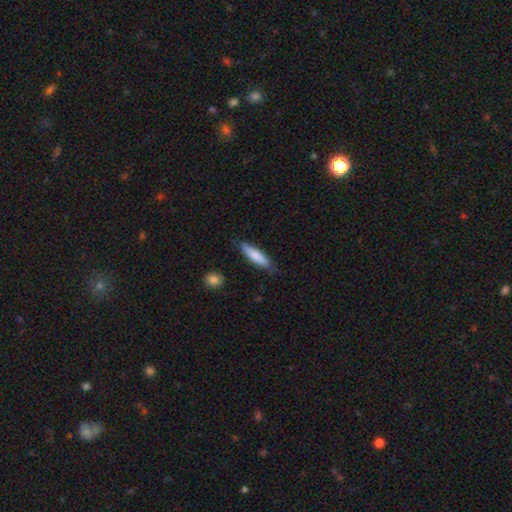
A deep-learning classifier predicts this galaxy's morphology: type=smooth (80%); roundness=cigar-shaped (72%); merging=none (79%).